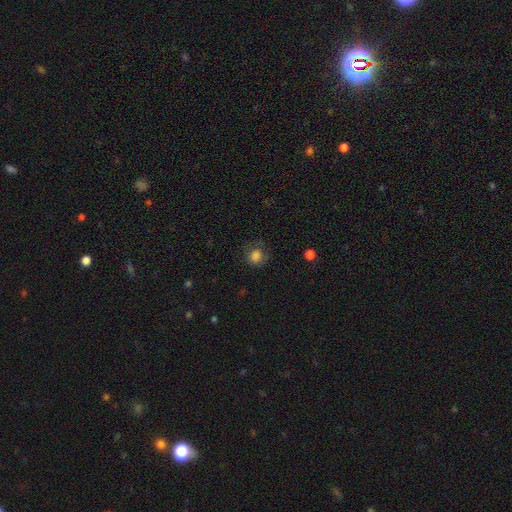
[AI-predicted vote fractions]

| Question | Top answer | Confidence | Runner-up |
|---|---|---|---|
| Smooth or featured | smooth | 80% | star or artifact (13%) |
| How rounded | round | 70% | in between (29%) |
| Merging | none | 64% | minor disturbance (21%) |